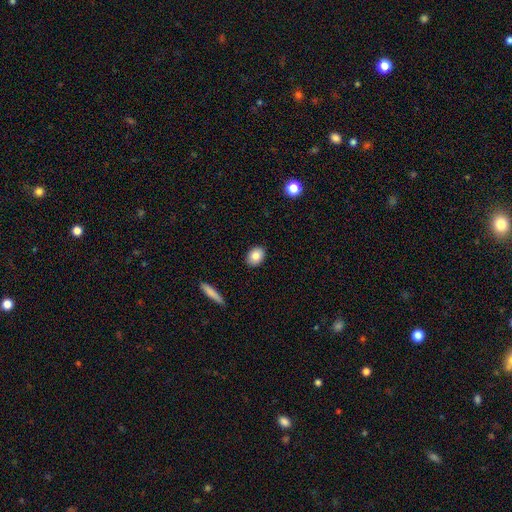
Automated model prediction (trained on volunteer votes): This is clearly a smooth galaxy (83%). How rounded: likely in between (67%). Merging: clearly none (90%).